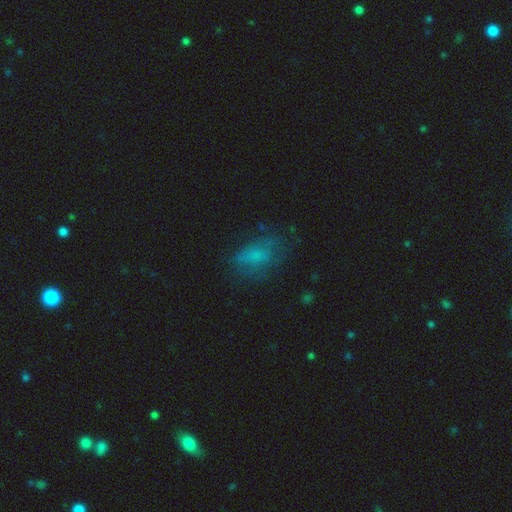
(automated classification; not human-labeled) Smooth or featured? Predicted: smooth (p=0.61). How rounded? Predicted: in between (p=0.82). Merging? Predicted: none (p=0.55).